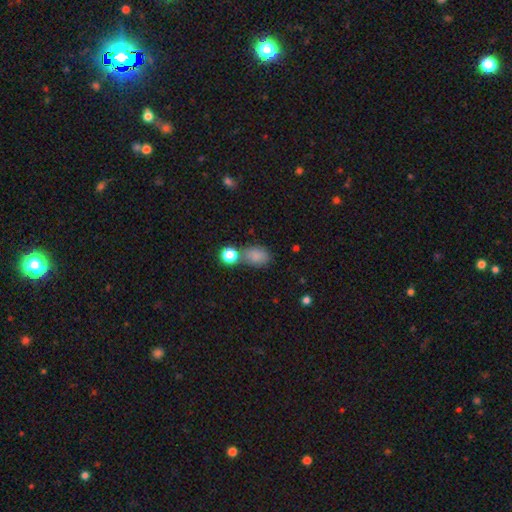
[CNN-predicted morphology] A smooth galaxy with no disk features (81%) that is in between round and cigar-shaped (74%). Merging: none (53%).